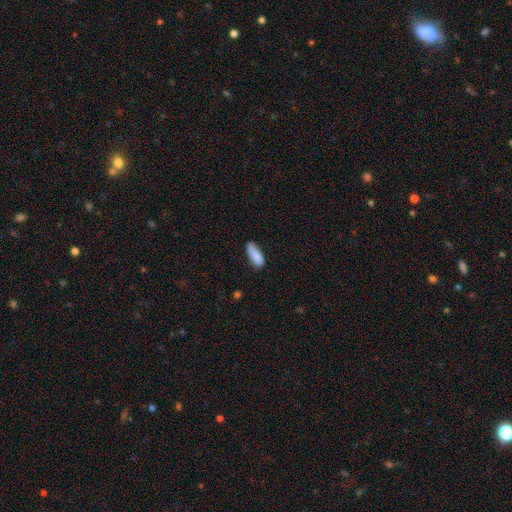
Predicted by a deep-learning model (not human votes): smooth 85%, featured or disk 9%, star or artifact 7%. Down the decision tree: how rounded — in between (55%); merging — none (67%).